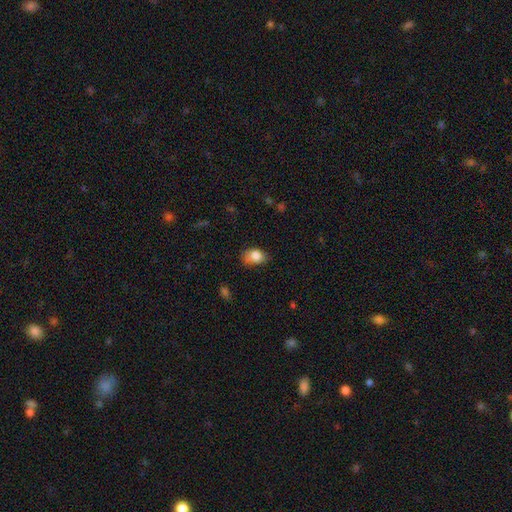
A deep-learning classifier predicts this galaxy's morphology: Smooth or featured? smooth (84%)
How rounded? in between (77%)
Merging? none (59%)